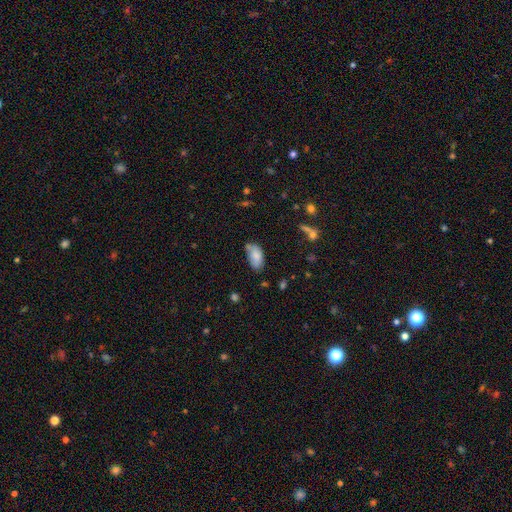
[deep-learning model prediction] Smooth or featured: smooth — 80% (featured or disk — 12%)
How rounded: in between — 94% (round — 4%)
Merging: none — 53% (minor disturbance — 33%)